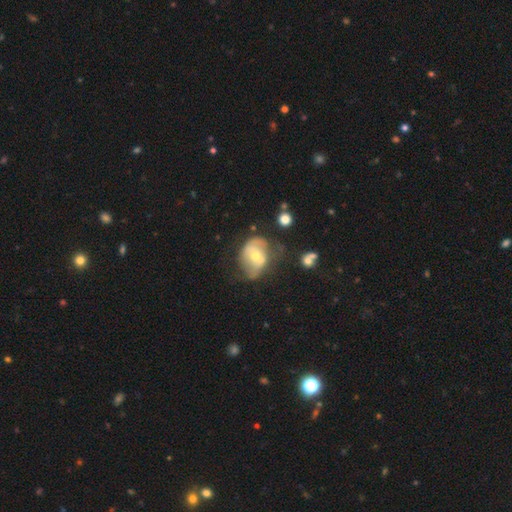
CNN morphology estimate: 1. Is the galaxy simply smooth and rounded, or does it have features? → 57% featured or disk, 36% smooth, 7% star or artifact.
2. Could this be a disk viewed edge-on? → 95% no, 5% yes.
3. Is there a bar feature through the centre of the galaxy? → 59% no, 29% weak, 12% strong.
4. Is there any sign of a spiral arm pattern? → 51% no, 49% yes.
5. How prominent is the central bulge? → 61% moderate, 33% small, 4% large, 1% none, 1% dominant.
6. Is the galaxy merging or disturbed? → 36% none, 27% minor disturbance, 21% major disturbance, 15% merger.